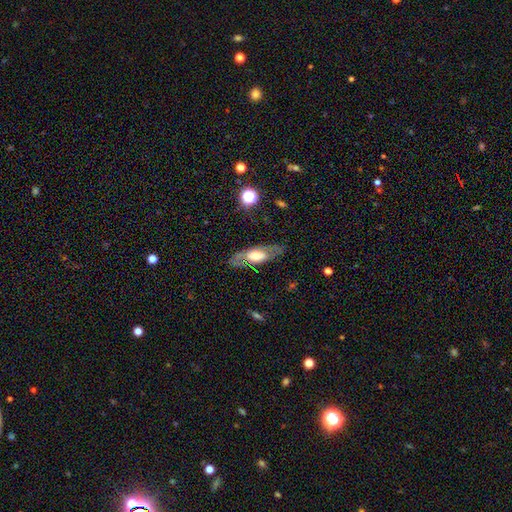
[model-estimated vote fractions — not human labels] A featured or disk galaxy (54%). Merging: none (75%).